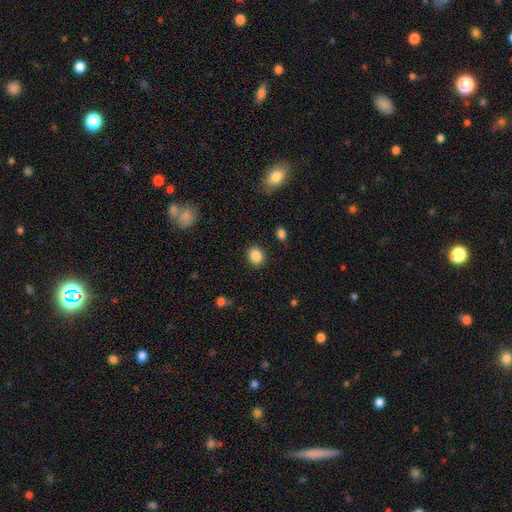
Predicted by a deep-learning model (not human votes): smooth-or-featured: smooth: 88% | star or artifact: 9% | featured or disk: 3%
  how-rounded: round: 62% | in between: 37% | cigar-shaped: 1%
  merging: none: 88% | minor disturbance: 8% | major disturbance: 3% | merger: 2%